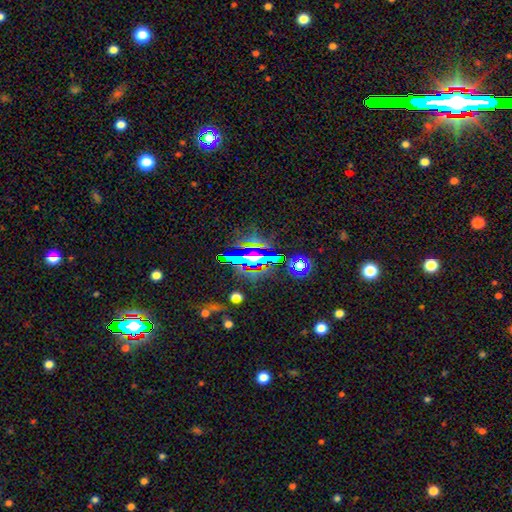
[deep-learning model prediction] Smooth or featured? Predicted: star or artifact (p=0.60).